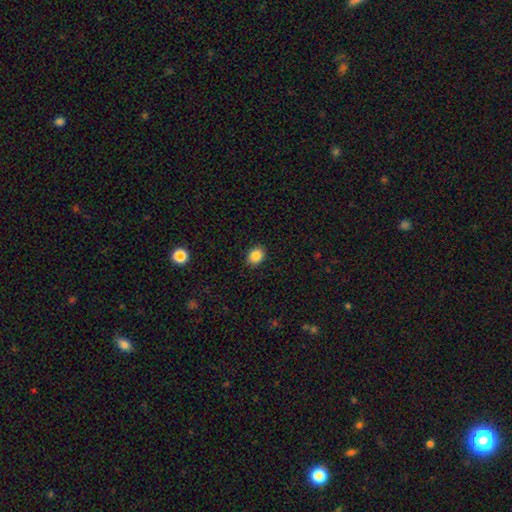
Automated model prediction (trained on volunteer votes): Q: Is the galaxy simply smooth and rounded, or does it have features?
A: smooth — 86%.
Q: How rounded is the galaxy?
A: in between — 59%.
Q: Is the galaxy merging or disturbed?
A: none — 89%.